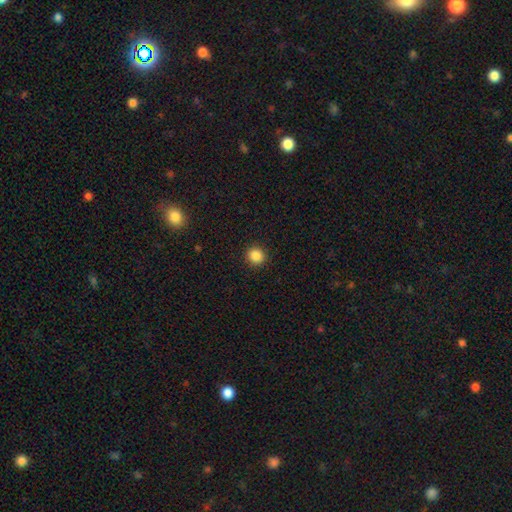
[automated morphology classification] This appears to be a smooth galaxy with no disk features (86%) that is round (92%). Merging: none (92%).